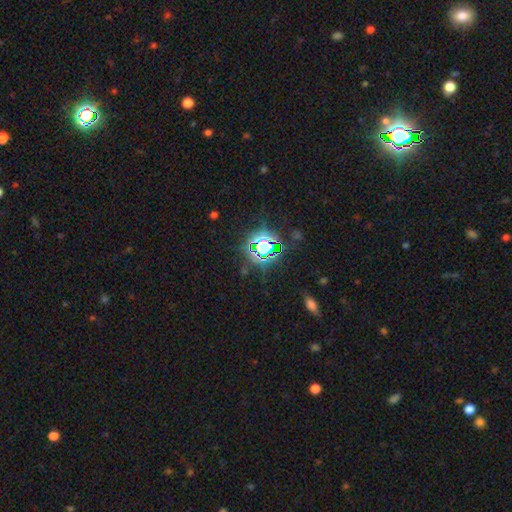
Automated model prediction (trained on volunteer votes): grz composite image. It shows a star or artifact, not a galaxy (79%).